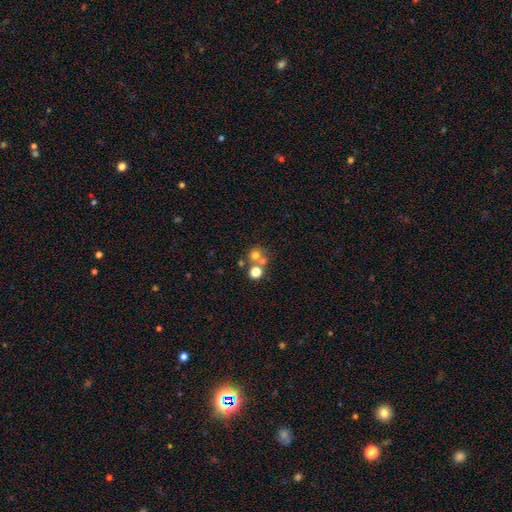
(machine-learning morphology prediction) type=smooth (66%); roundness=round (86%); merging=none (48%).